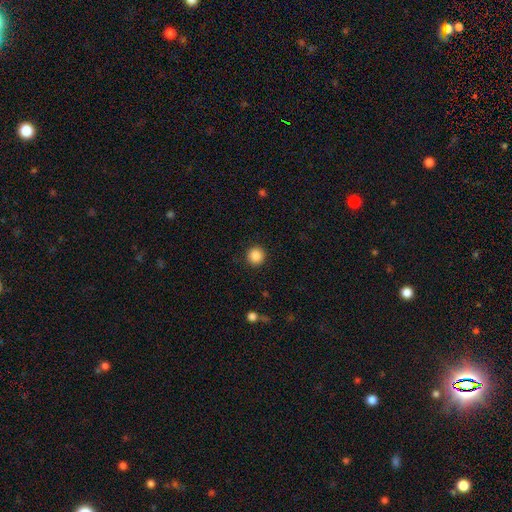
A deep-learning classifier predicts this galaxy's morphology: Smooth or featured?
  - smooth: 88% *
  - star or artifact: 9%
  - featured or disk: 3%
How rounded?
  - round: 95% *
  - in between: 4%
  - cigar-shaped: 1%
Merging?
  - none: 92% *
  - minor disturbance: 5%
  - major disturbance: 2%
  - merger: 1%